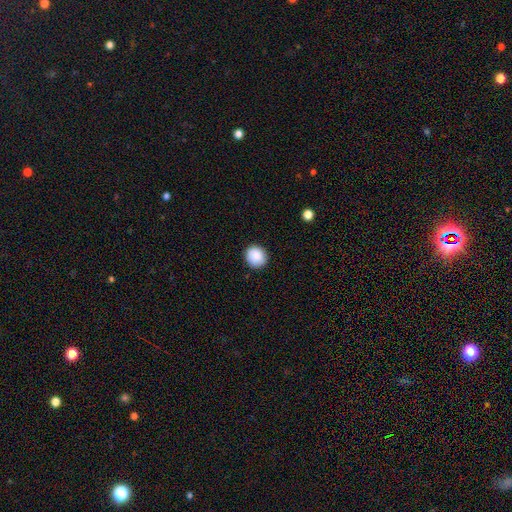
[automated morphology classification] type=smooth (88%); roundness=round (90%); merging=none (89%).